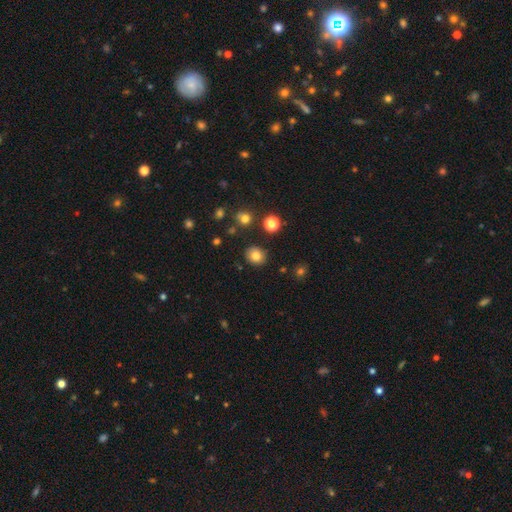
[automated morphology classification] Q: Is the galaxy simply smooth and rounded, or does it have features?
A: smooth — 82%.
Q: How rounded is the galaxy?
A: round — 73%.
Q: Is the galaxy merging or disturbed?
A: none — 87%.